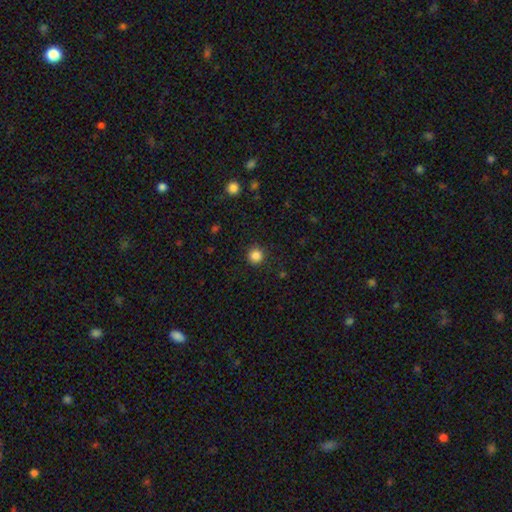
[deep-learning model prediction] This appears to be a smooth galaxy with no disk features (85%) that is round (95%). Merging: none (91%).